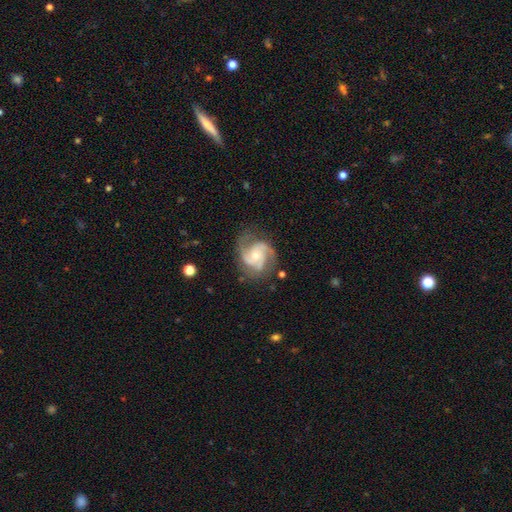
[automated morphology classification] This appears to be a featured or disk galaxy (88%) with no bar (67%), 2 (45%) medium (55%) spiral arms (98%) and a small central bulge (52%). Merging: none (71%).